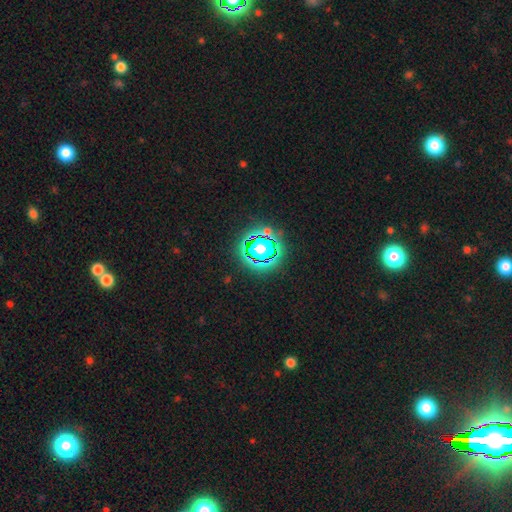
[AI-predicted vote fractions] star or artifact 80%, smooth 12%, featured or disk 7%.